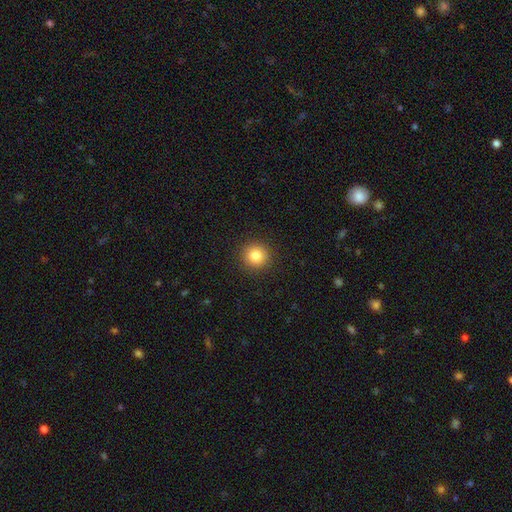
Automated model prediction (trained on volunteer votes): Overall: smooth (83%). How rounded: round (94%). Merging: none (92%).